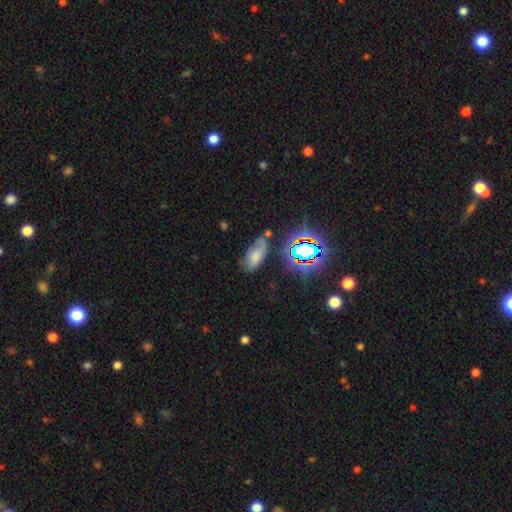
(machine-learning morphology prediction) smooth 58%, star or artifact 23%, featured or disk 20%. Down the decision tree: how rounded — in between (89%); merging — none (54%).